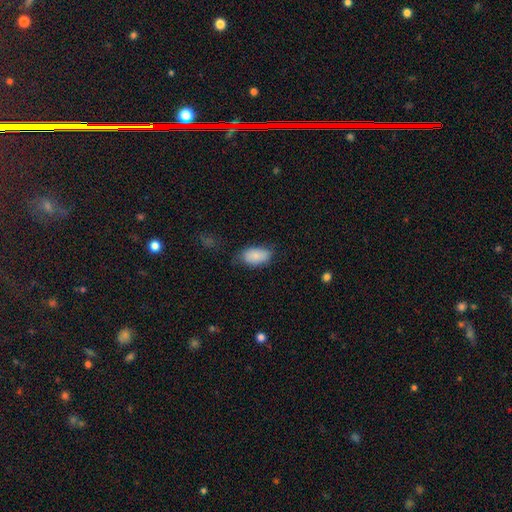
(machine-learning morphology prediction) smooth 86%, star or artifact 7%, featured or disk 7%. Down the decision tree: how rounded — in between (93%); merging — none (67%).